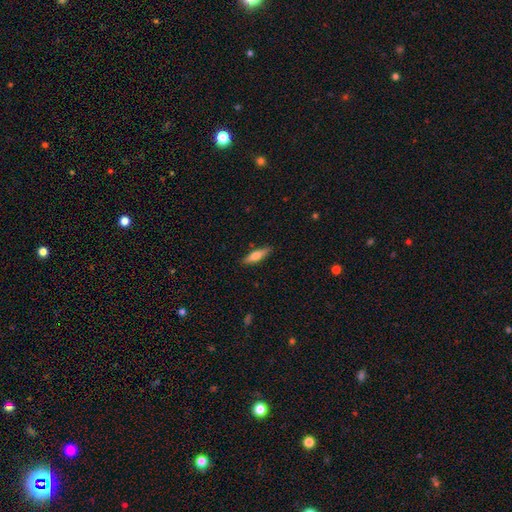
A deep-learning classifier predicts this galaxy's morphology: Q: Smooth or featured?
A: smooth (66%); runner-up: featured or disk (28%)
Q: How rounded?
A: cigar-shaped (62%); runner-up: in between (36%)
Q: Merging?
A: none (86%); runner-up: minor disturbance (11%)